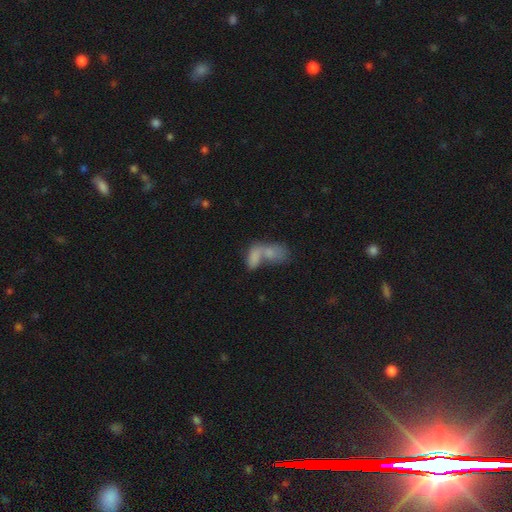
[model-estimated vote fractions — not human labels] smooth 78%, featured or disk 14%, star or artifact 9%. Down the decision tree: how rounded — in between (87%); merging — merger (72%).